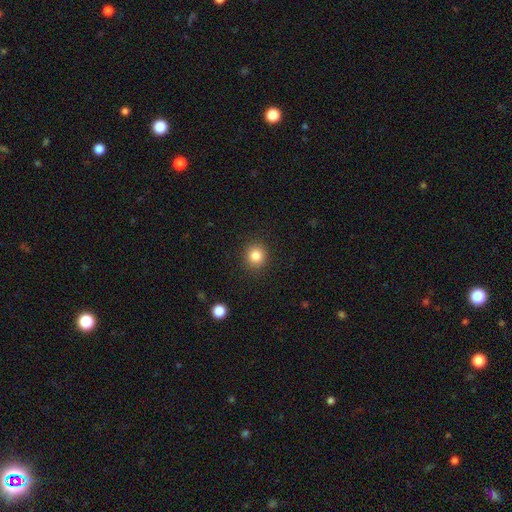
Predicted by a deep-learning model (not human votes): Q: Smooth or featured?
A: smooth (83%); runner-up: star or artifact (11%)
Q: How rounded?
A: round (89%); runner-up: in between (10%)
Q: Merging?
A: none (91%); runner-up: minor disturbance (6%)